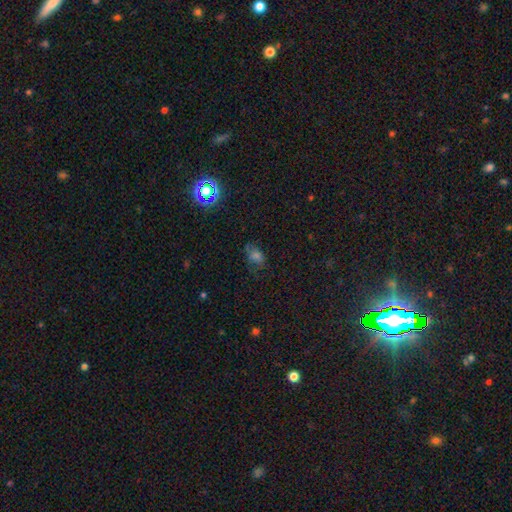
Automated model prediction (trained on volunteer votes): Morphology: type=smooth (55%); roundness=in between (76%); merging=none (61%).